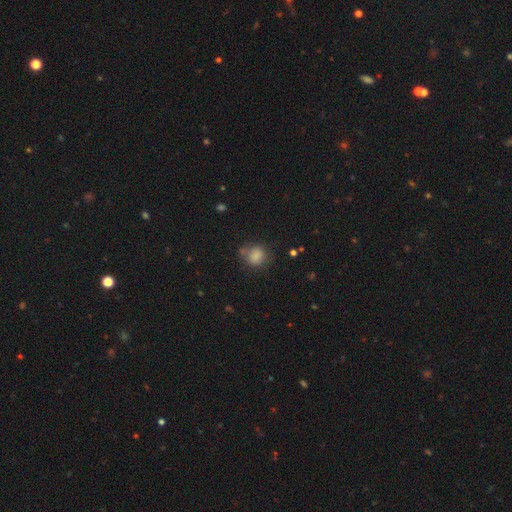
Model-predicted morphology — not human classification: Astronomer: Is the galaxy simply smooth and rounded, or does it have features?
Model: smooth — 82%.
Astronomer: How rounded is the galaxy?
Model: round — 70%.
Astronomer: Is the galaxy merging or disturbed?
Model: none — 63%.